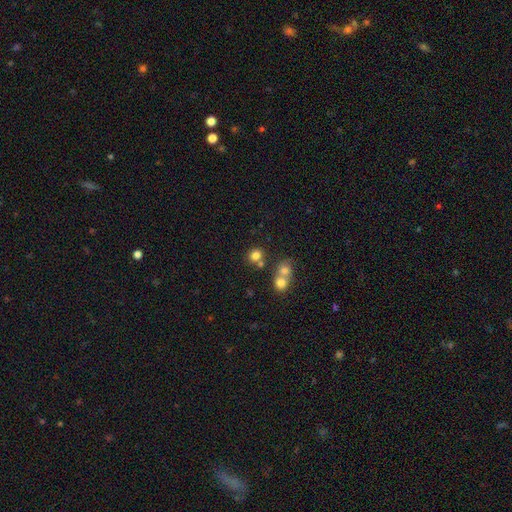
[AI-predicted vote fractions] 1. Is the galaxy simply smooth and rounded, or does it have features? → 78% smooth, 14% star or artifact, 8% featured or disk.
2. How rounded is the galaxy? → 80% round, 19% in between, 1% cigar-shaped.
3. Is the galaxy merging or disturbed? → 63% none, 25% merger, 9% minor disturbance, 4% major disturbance.